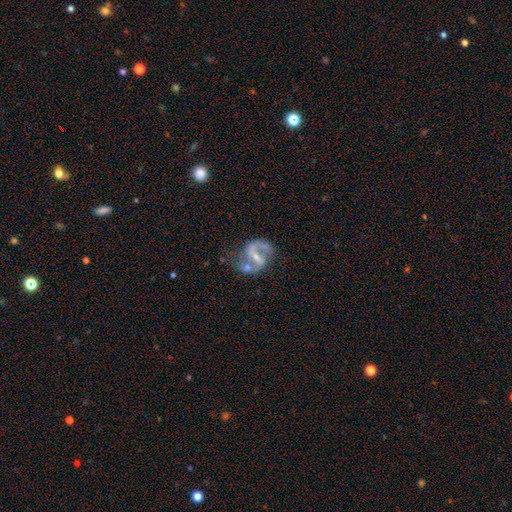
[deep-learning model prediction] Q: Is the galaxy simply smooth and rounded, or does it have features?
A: featured or disk — 84%.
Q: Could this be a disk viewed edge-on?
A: no — 98%.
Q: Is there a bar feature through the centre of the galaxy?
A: strong — 45%.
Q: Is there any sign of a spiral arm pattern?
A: yes — 90%.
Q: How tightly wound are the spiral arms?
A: medium — 50%.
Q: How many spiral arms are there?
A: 2 — 84%.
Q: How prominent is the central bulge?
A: small — 54%.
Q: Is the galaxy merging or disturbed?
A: none — 48%.